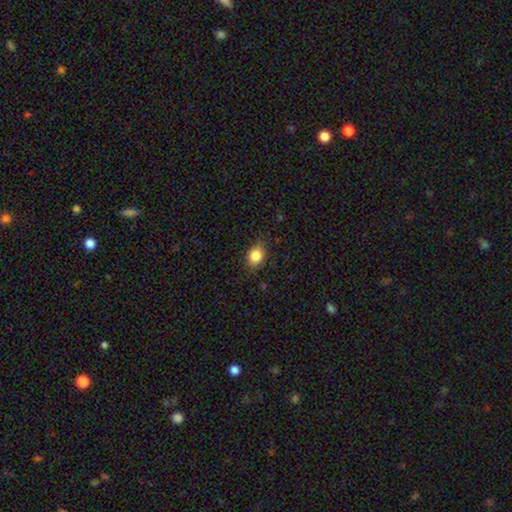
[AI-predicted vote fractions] This is clearly a smooth galaxy (85%). How rounded: likely in between (63%). Merging: clearly none (81%).